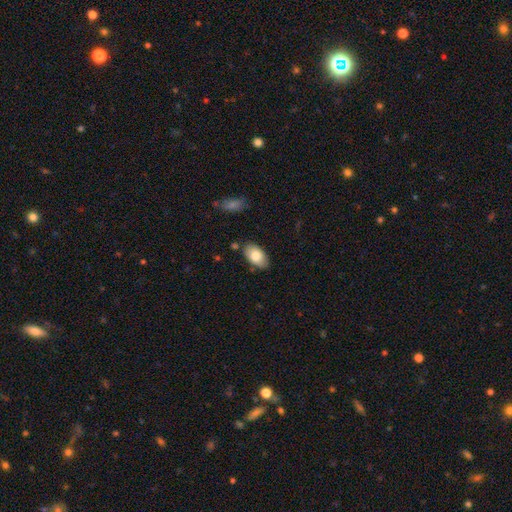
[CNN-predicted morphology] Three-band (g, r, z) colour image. It shows a smooth galaxy with no disk features (82%) that is in between round and cigar-shaped (94%). Merging: none (79%).